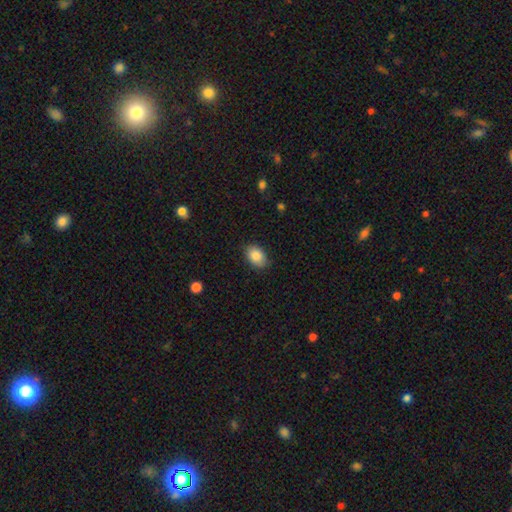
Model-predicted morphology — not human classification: This appears to be a smooth galaxy with no disk features (86%) that is in between round and cigar-shaped (81%). Merging: none (83%).